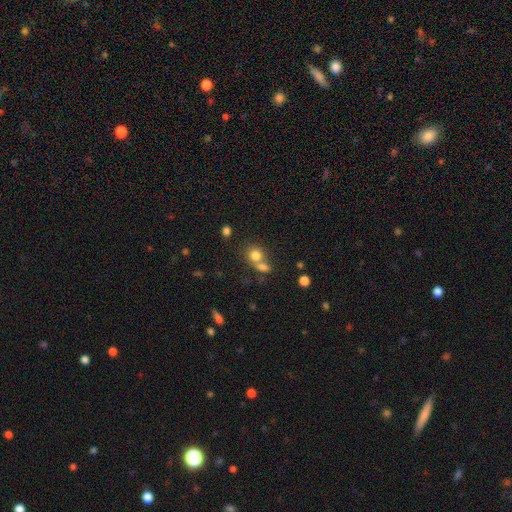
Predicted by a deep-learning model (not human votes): smooth-or-featured: smooth: 78% | star or artifact: 12% | featured or disk: 10%
  how-rounded: round: 76% | in between: 23% | cigar-shaped: 1%
  merging: merger: 46% | none: 42% | minor disturbance: 8% | major disturbance: 4%